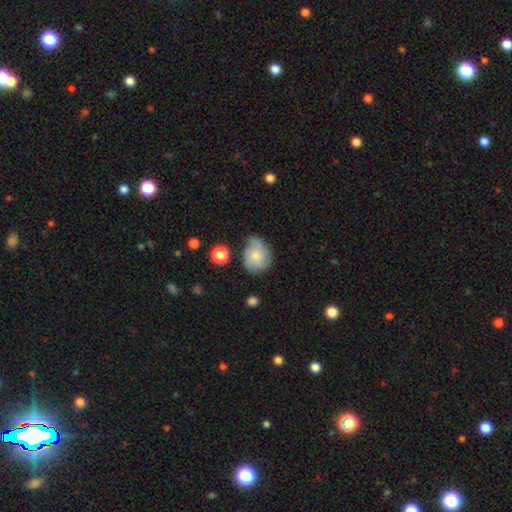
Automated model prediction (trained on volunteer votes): Smooth or featured: smooth — 61% (featured or disk — 31%)
How rounded: round — 56% (in between — 43%)
Merging: none — 50% (minor disturbance — 35%)